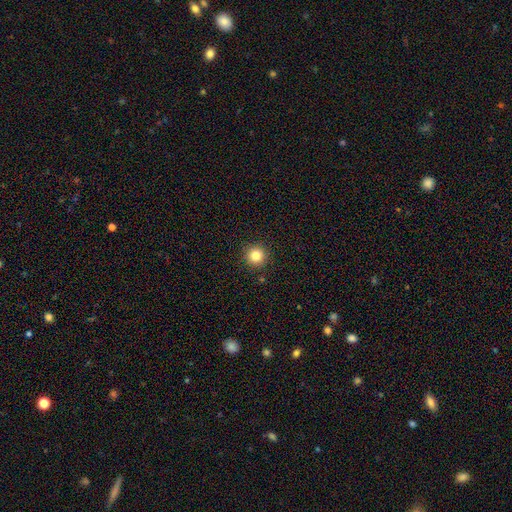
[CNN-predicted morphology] Smooth or featured? smooth (83%)
How rounded? round (96%)
Merging? none (92%)